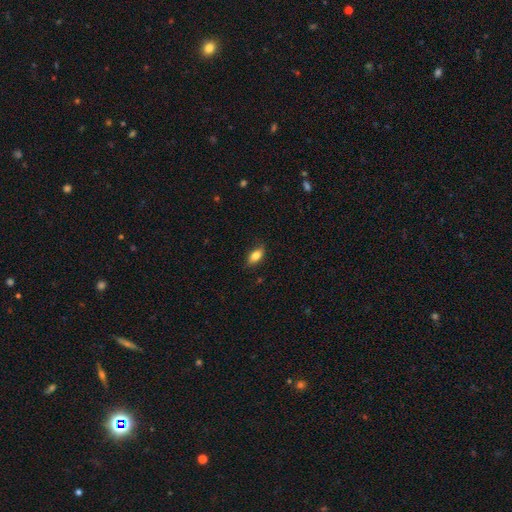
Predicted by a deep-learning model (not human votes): The model was most divided on "merging": none: 78%, minor disturbance: 17%, major disturbance: 3%, merger: 1%. More confident: how rounded — in between (87%); smooth or featured — smooth (82%).